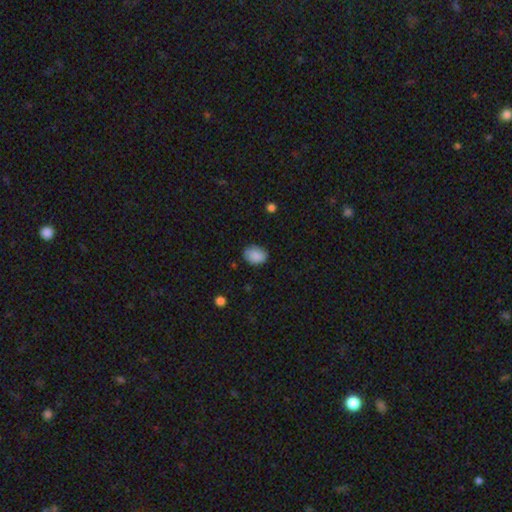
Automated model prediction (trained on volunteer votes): A smooth galaxy with no disk features (88%) that is in between round and cigar-shaped (73%). Merging: none (78%).